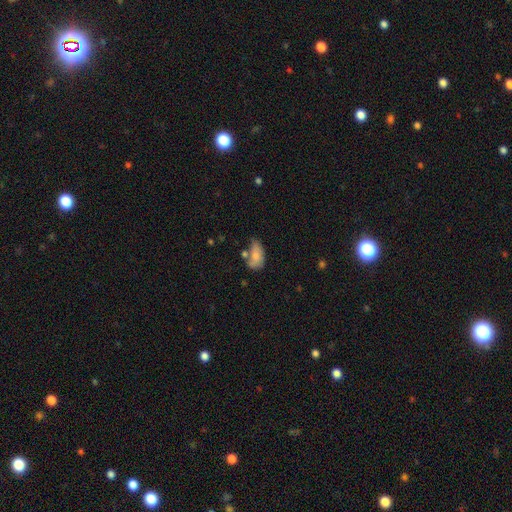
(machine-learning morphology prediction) Smooth or featured: smooth — 74% (featured or disk — 17%)
How rounded: in between — 90% (round — 7%)
Merging: none — 35% (minor disturbance — 29%)